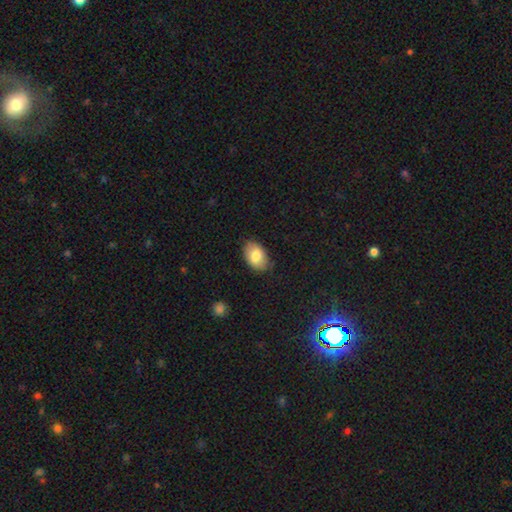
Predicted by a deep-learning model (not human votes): smooth-or-featured: smooth: 79% | featured or disk: 14% | star or artifact: 7%
  how-rounded: in between: 90% | round: 9% | cigar-shaped: 1%
  merging: none: 81% | minor disturbance: 15% | major disturbance: 3% | merger: 1%